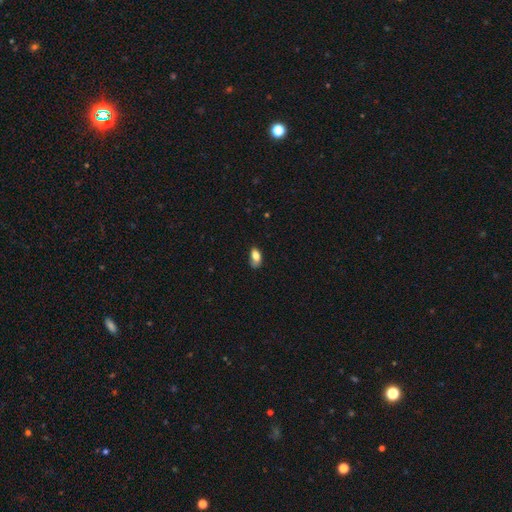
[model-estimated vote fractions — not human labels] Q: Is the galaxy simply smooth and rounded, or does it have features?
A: smooth — 81%.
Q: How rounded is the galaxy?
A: in between — 91%.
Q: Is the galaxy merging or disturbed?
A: none — 54%.